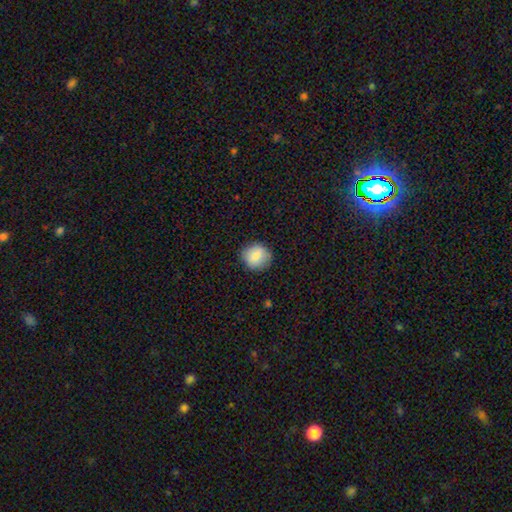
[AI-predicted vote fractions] smooth 85%, star or artifact 8%, featured or disk 7%. Down the decision tree: how rounded — round (86%); merging — none (86%).